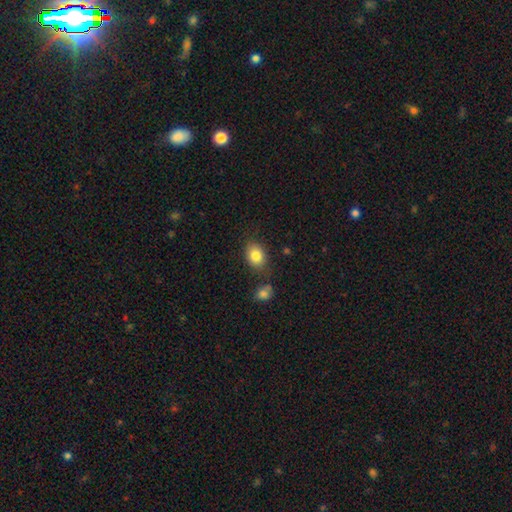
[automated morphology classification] Smooth or featured? Predicted: smooth (p=0.83). How rounded? Predicted: in between (p=0.70). Merging? Predicted: none (p=0.77).